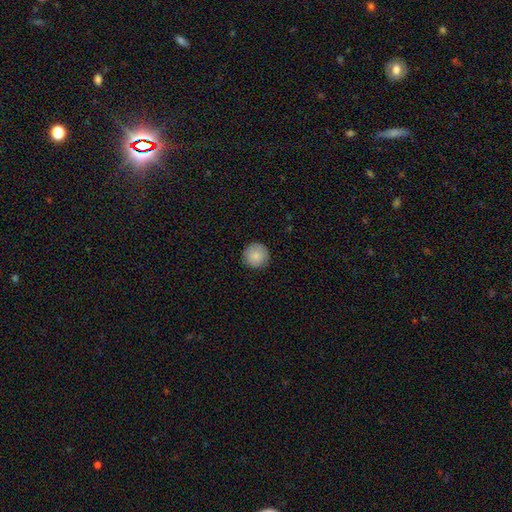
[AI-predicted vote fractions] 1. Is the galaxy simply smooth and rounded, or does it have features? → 84% smooth, 9% featured or disk, 7% star or artifact.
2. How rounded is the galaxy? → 96% round, 3% in between, 1% cigar-shaped.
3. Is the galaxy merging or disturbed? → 89% none, 9% minor disturbance, 2% major disturbance, 1% merger.